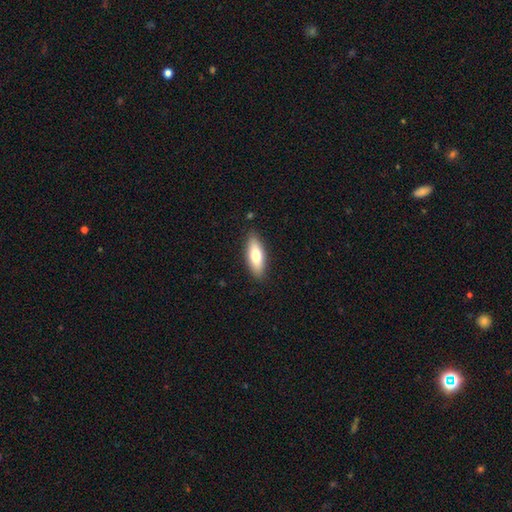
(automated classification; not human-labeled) Q: Smooth or featured?
A: smooth (72%); runner-up: featured or disk (22%)
Q: How rounded?
A: in between (64%); runner-up: cigar-shaped (34%)
Q: Merging?
A: none (86%); runner-up: minor disturbance (10%)